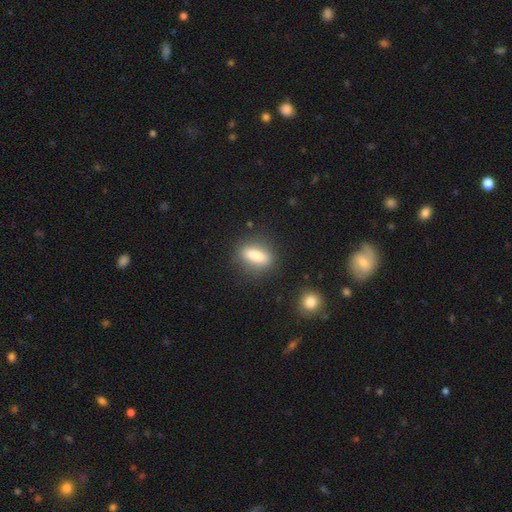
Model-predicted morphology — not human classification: Smooth or featured? smooth (78%)
How rounded? in between (66%)
Merging? none (83%)